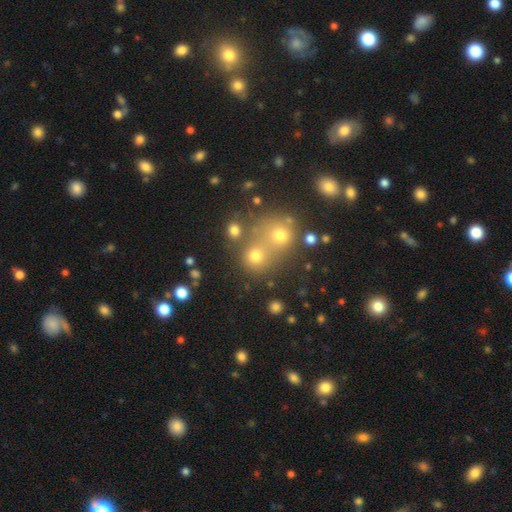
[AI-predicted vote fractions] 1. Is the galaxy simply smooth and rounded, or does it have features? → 71% smooth, 18% star or artifact, 10% featured or disk.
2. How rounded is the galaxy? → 83% round, 16% in between, 1% cigar-shaped.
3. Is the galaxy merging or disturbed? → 48% none, 40% merger, 8% minor disturbance, 4% major disturbance.